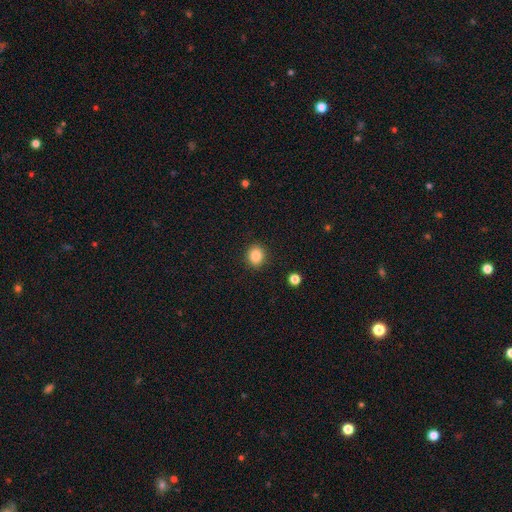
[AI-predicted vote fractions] smooth 86%, star or artifact 10%, featured or disk 4%. Down the decision tree: how rounded — round (76%); merging — none (90%).